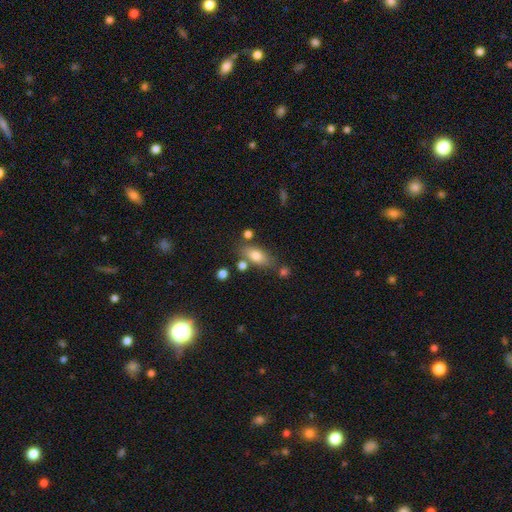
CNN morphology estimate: Smooth or featured?
  - smooth: 76% *
  - featured or disk: 16%
  - star or artifact: 8%
How rounded?
  - in between: 81% *
  - cigar-shaped: 15%
  - round: 5%
Merging?
  - none: 71% *
  - minor disturbance: 15%
  - merger: 10%
  - major disturbance: 5%